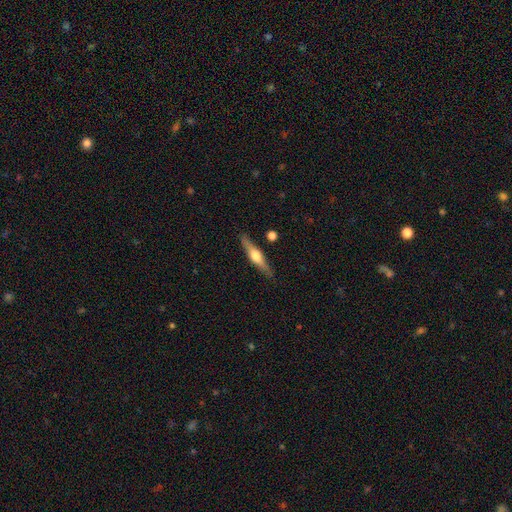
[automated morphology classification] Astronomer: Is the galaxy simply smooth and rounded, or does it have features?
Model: featured or disk — 67%.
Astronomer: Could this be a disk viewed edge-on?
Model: yes — 97%.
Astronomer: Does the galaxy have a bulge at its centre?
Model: rounded — 93%.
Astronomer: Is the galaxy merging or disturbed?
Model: none — 88%.